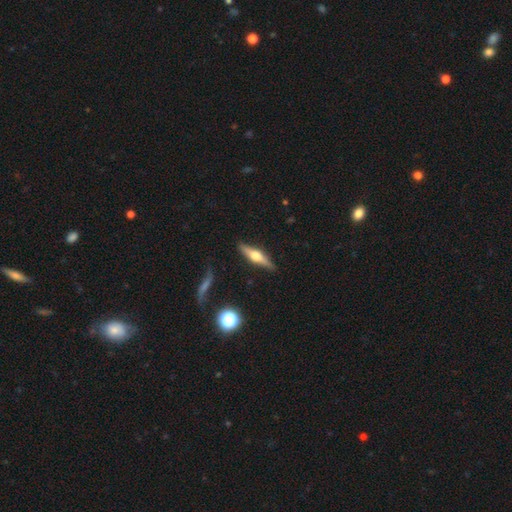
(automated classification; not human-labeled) Q: Smooth or featured?
A: featured or disk (65%); runner-up: smooth (29%)
Q: Edge-on disk?
A: yes (96%); runner-up: no (4%)
Q: Edge-on bulge?
A: rounded (93%); runner-up: boxy (5%)
Q: Merging?
A: none (87%); runner-up: minor disturbance (9%)